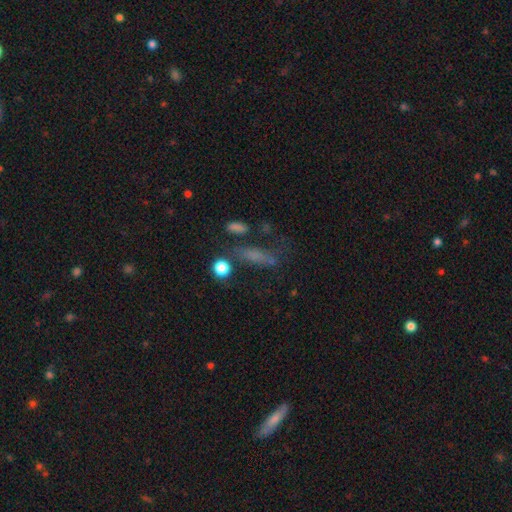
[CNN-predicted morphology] smooth_or_featured: smooth (p=0.47) [alt: star or artifact p=0.27]
merging: none (p=0.46) [alt: major disturbance p=0.22]